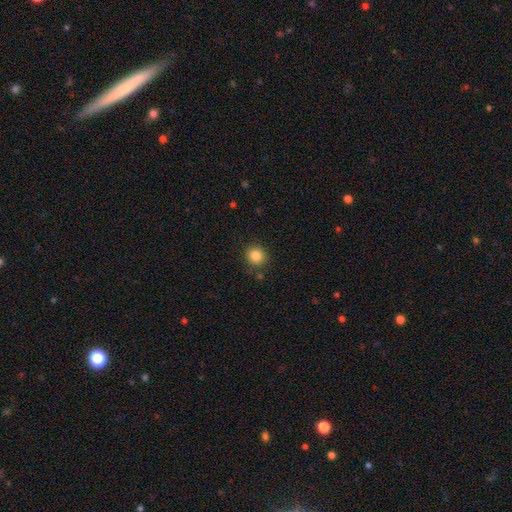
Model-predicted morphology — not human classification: Smooth or featured? smooth (85%)
How rounded? round (89%)
Merging? none (86%)